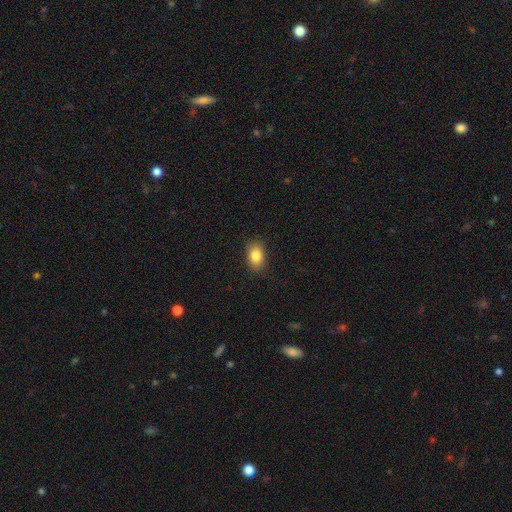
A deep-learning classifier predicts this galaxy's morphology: smooth 84%, star or artifact 9%, featured or disk 7%. Down the decision tree: how rounded — in between (85%); merging — none (87%).